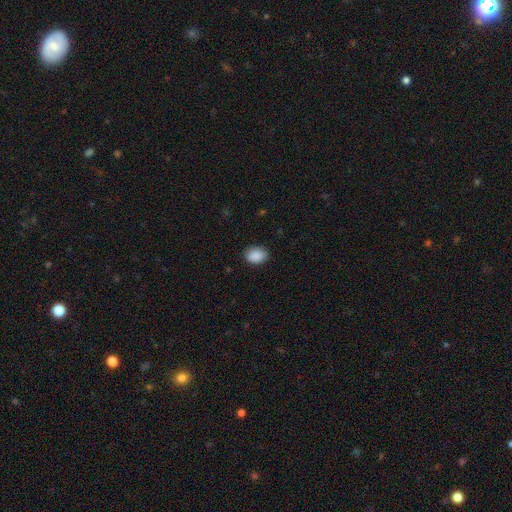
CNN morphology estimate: Smooth or featured? smooth (90%)
How rounded? in between (70%)
Merging? none (84%)